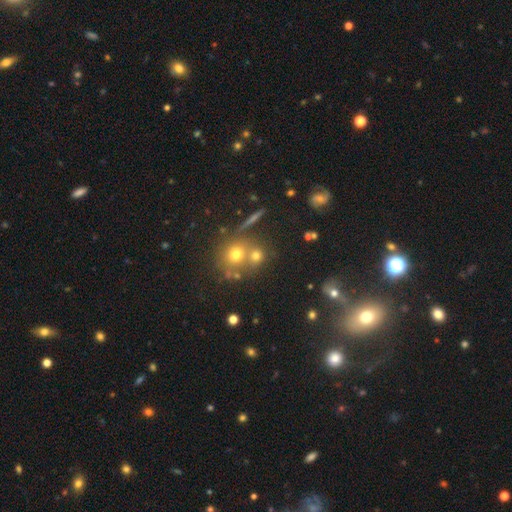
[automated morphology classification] smooth_or_featured: smooth (p=0.66) [alt: star or artifact p=0.19]
how_rounded: round (p=0.84) [alt: in between p=0.13]
merging: none (p=0.55) [alt: merger p=0.33]